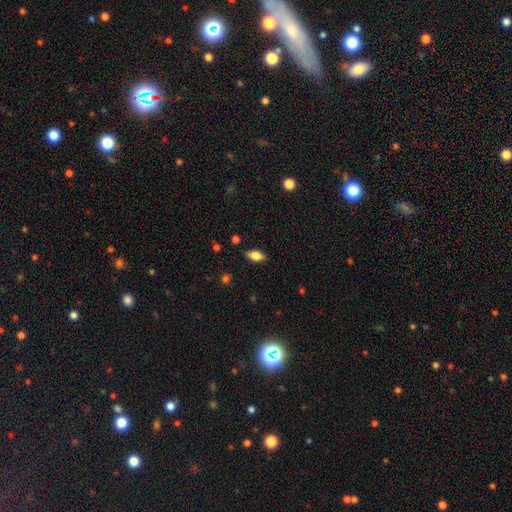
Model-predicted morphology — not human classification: Smooth or featured? smooth (69%)
How rounded? in between (84%)
Merging? none (85%)